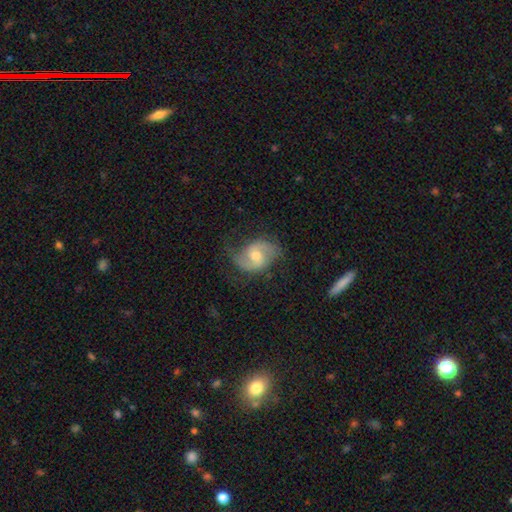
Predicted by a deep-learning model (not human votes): Smooth or featured: featured or disk — 76% (smooth — 18%)
Edge-on disk: no — 97% (yes — 3%)
Bar: weak — 50% (no — 39%)
Spiral arms: yes — 93% (no — 7%)
Spiral winding: medium — 46% (loose — 38%)
Spiral arm count: 2 — 89% (can't tell — 6%)
Bulge size: moderate — 65% (small — 24%)
Merging: none — 67% (minor disturbance — 21%)